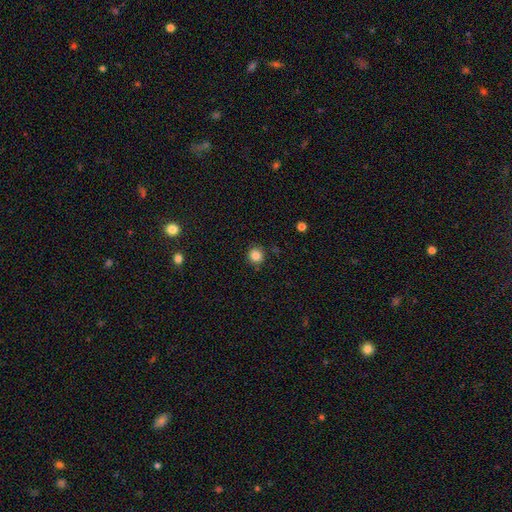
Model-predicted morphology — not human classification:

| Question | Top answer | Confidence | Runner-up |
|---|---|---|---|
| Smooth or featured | smooth | 84% | star or artifact (11%) |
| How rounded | round | 91% | in between (8%) |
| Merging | none | 89% | minor disturbance (8%) |